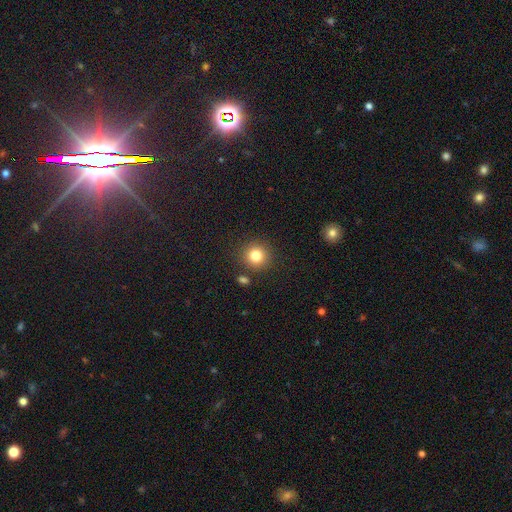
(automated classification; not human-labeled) A smooth galaxy with no disk features (82%) that is round (92%). Merging: none (86%).